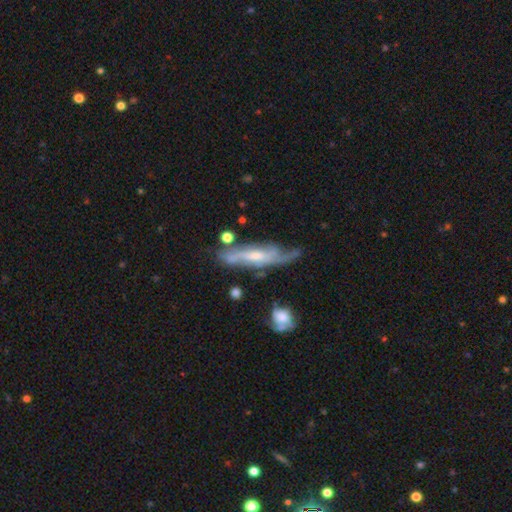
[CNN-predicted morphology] Smooth or featured? Predicted: featured or disk (p=0.71). Edge-on disk? Predicted: no (p=0.64). Merging? Predicted: none (p=0.49).